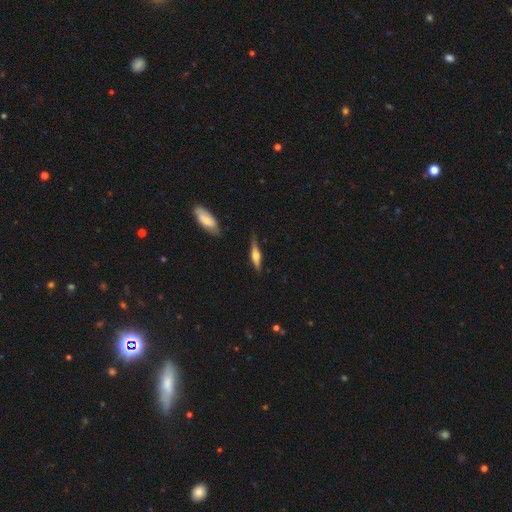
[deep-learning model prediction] Smooth or featured? featured or disk (53%)
Edge-on disk? yes (93%)
Merging? none (79%)